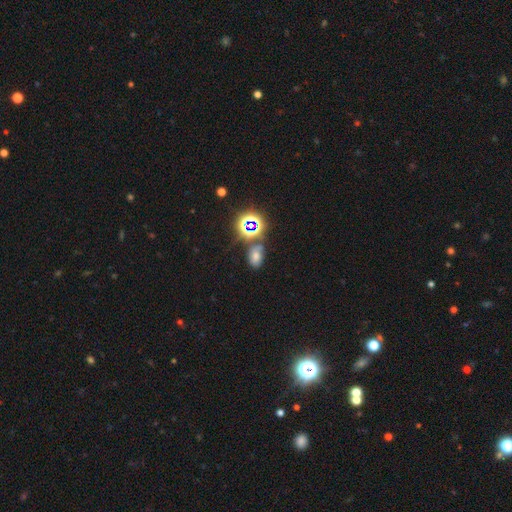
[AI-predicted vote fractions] Smooth or featured? Predicted: smooth (p=0.51). How rounded? Predicted: in between (p=0.81). Merging? Predicted: none (p=0.62).